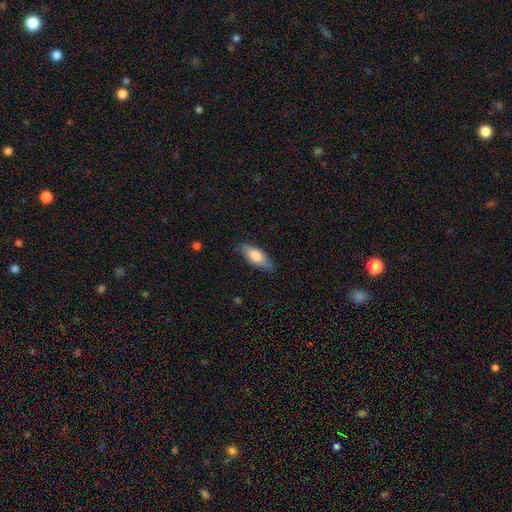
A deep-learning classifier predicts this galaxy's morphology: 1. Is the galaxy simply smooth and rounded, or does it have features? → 75% smooth, 19% featured or disk, 6% star or artifact.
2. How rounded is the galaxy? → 70% in between, 27% cigar-shaped, 2% round.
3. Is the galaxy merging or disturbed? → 79% none, 17% minor disturbance, 3% major disturbance, 1% merger.